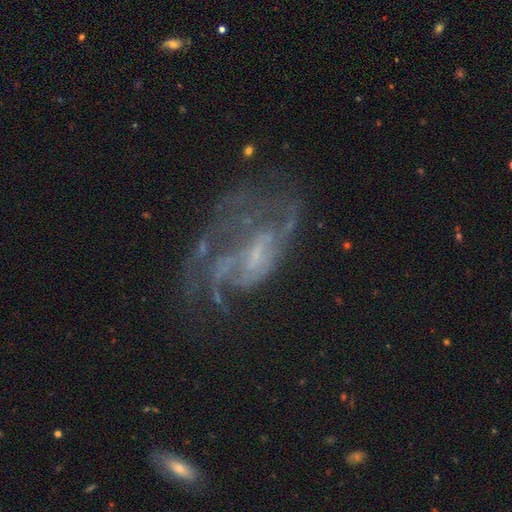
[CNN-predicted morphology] Q: Smooth or featured?
A: featured or disk (80%); runner-up: star or artifact (10%)
Q: Edge-on disk?
A: no (96%); runner-up: yes (4%)
Q: Bar?
A: no (45%); runner-up: weak (42%)
Q: Spiral arms?
A: yes (80%); runner-up: no (20%)
Q: Spiral winding?
A: medium (41%); runner-up: loose (34%)
Q: Spiral arm count?
A: can't tell (34%); runner-up: 2 (26%)
Q: Bulge size?
A: small (46%); runner-up: none (35%)
Q: Merging?
A: major disturbance (39%); tied with: none (39%)